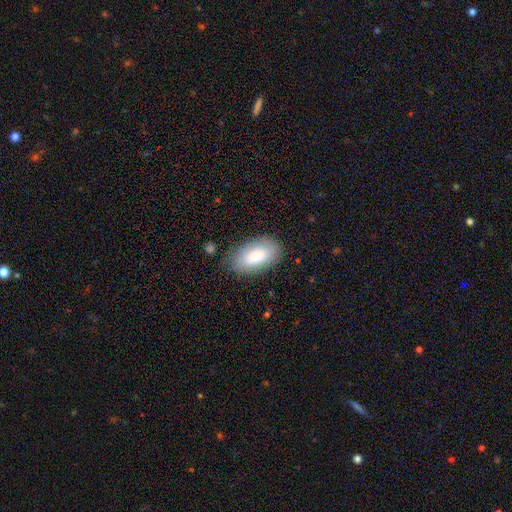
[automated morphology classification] Q: Smooth or featured?
A: smooth (81%); runner-up: featured or disk (13%)
Q: How rounded?
A: in between (94%); runner-up: round (3%)
Q: Merging?
A: none (81%); runner-up: minor disturbance (13%)